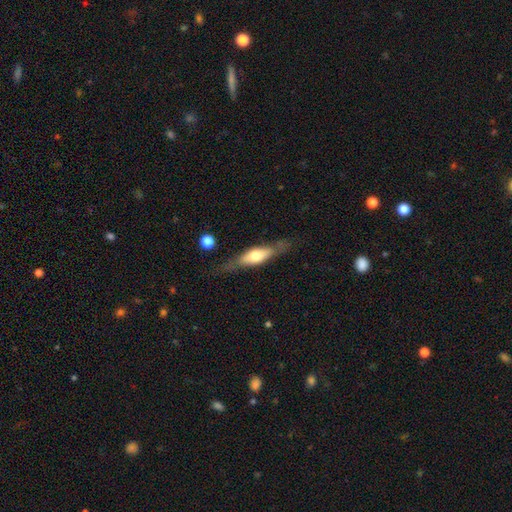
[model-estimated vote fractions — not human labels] Smooth or featured? Predicted: featured or disk (p=0.56). Edge-on disk? Predicted: yes (p=0.87). Merging? Predicted: none (p=0.73).